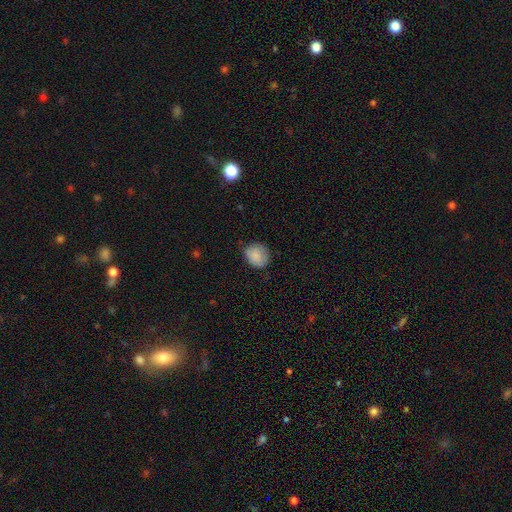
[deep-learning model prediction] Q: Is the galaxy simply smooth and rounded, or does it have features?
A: smooth — 85%.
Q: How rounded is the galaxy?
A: round — 75%.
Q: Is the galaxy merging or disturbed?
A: none — 74%.